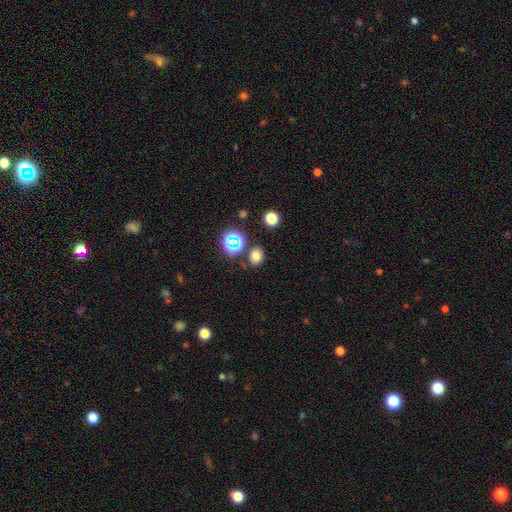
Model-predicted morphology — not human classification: This appears to be a smooth galaxy with no disk features (71%) that is in between round and cigar-shaped (50%). Merging: none (78%).